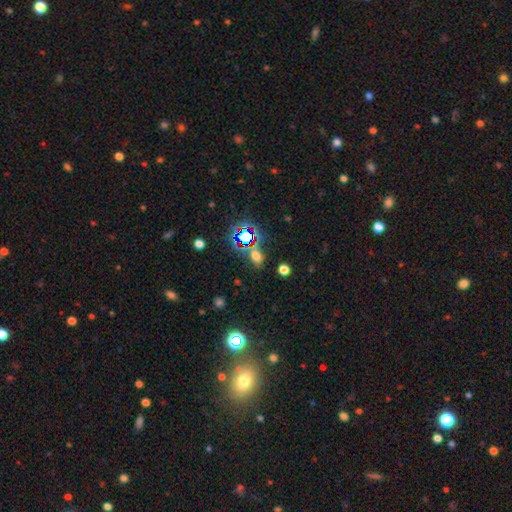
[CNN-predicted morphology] Smooth or featured: smooth — 53% (star or artifact — 38%)
How rounded: in between — 67% (round — 29%)
Merging: none — 73% (minor disturbance — 13%)